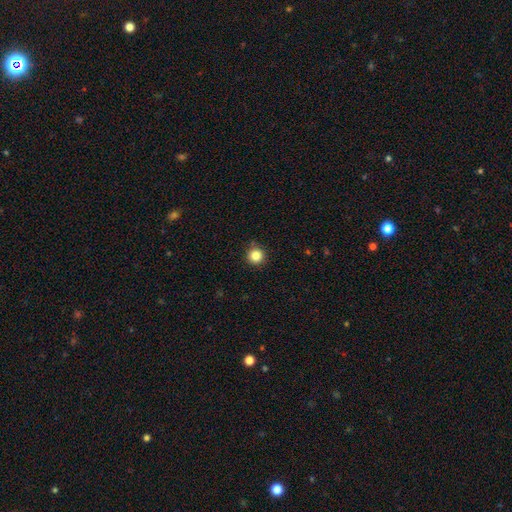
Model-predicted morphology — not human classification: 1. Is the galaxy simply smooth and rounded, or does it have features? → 84% smooth, 11% star or artifact, 4% featured or disk.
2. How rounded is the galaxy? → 96% round, 3% in between, 1% cigar-shaped.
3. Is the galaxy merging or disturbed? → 90% none, 7% minor disturbance, 2% major disturbance, 2% merger.